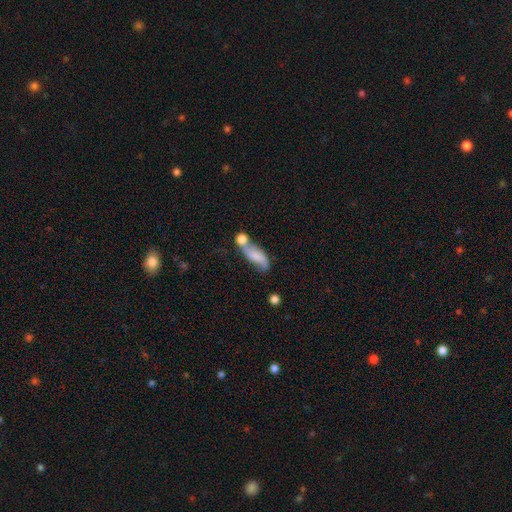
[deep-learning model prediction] A smooth galaxy with no disk features (58%) that is in between round and cigar-shaped (64%). Merging: merger (41%).